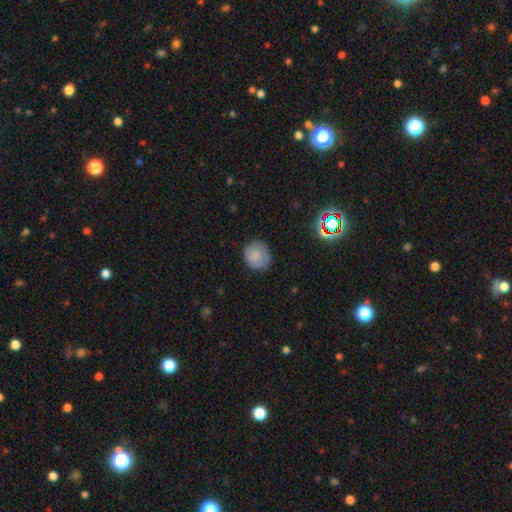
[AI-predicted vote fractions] Smooth or featured?
  - smooth: 80% *
  - featured or disk: 11%
  - star or artifact: 9%
How rounded?
  - round: 83% *
  - in between: 16%
  - cigar-shaped: 1%
Merging?
  - none: 79% *
  - minor disturbance: 16%
  - major disturbance: 4%
  - merger: 1%